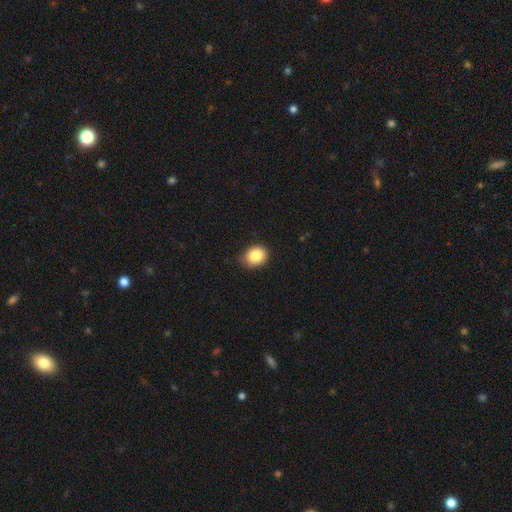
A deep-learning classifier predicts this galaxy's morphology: Smooth or featured? Predicted: smooth (p=0.85). How rounded? Predicted: round (p=0.59). Merging? Predicted: none (p=0.77).